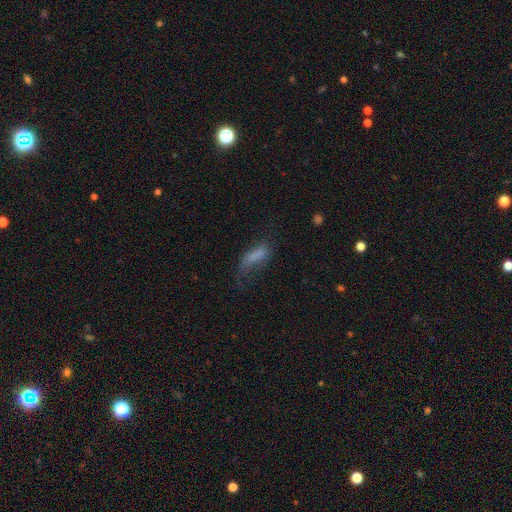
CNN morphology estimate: type=smooth (62%); roundness=in between (54%); merging=none (35%).